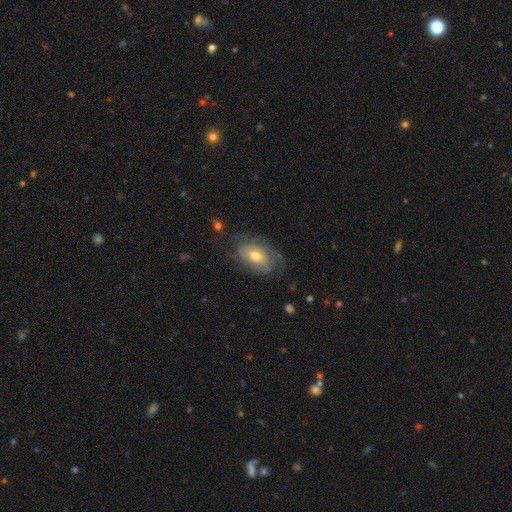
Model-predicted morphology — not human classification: Smooth or featured? Predicted: featured or disk (p=0.62). Edge-on disk? Predicted: no (p=0.95). Bar? Predicted: no (p=0.73). Spiral arms? Predicted: yes (p=0.75). Bulge size? Predicted: moderate (p=0.65). Merging? Predicted: none (p=0.62).